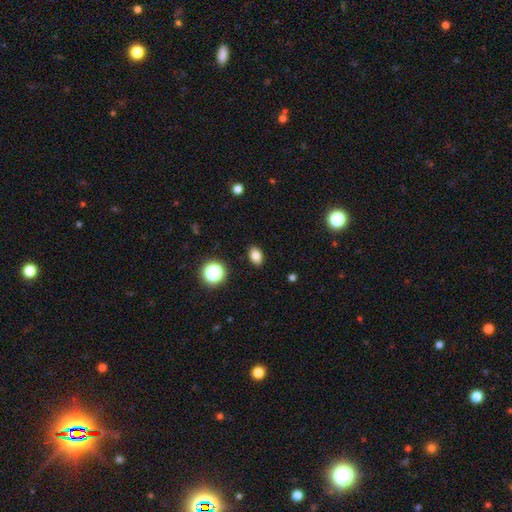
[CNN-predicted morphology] smooth 82%, star or artifact 12%, featured or disk 7%. Down the decision tree: how rounded — in between (80%); merging — none (89%).